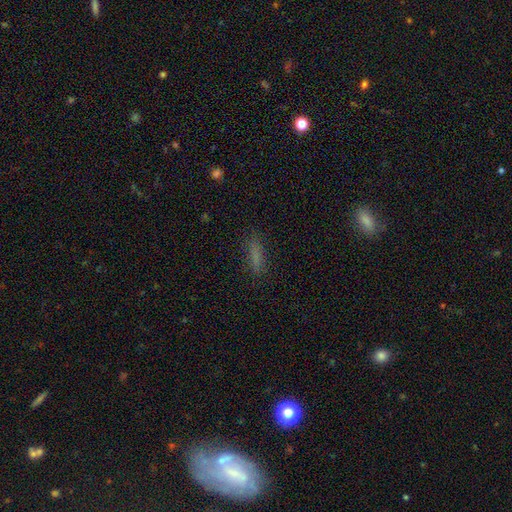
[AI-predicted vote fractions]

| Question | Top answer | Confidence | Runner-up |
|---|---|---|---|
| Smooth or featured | smooth | 75% | star or artifact (13%) |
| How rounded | cigar-shaped | 74% | in between (23%) |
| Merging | none | 82% | minor disturbance (12%) |